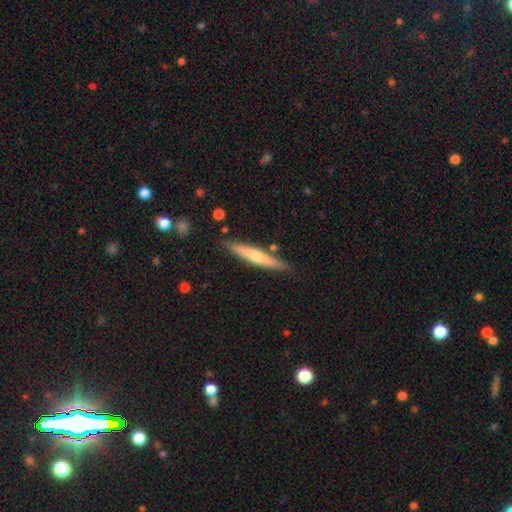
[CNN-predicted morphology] Smooth or featured?
  - featured or disk: 57% *
  - smooth: 36%
  - star or artifact: 7%
Edge-on disk?
  - yes: 95% *
  - no: 5%
Edge-on bulge?
  - rounded: 73% *
  - none: 22%
  - boxy: 5%
Merging?
  - none: 87% *
  - minor disturbance: 9%
  - merger: 2%
  - major disturbance: 2%